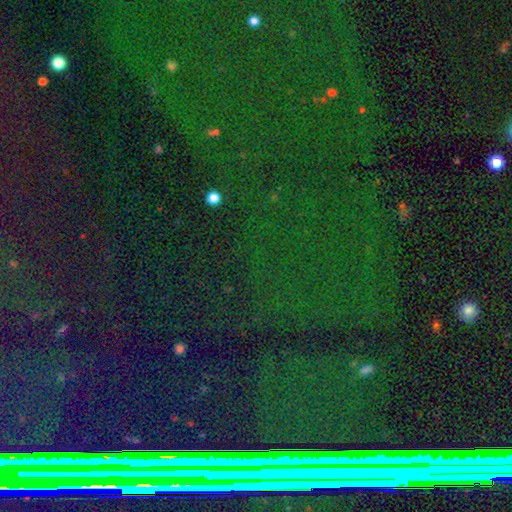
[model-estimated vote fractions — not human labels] A star or artifact, not a galaxy (82%).